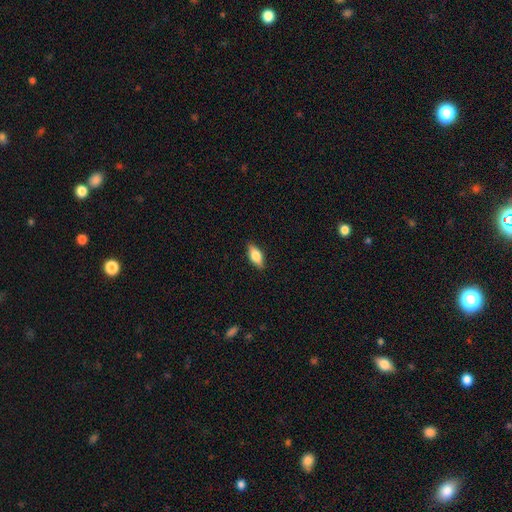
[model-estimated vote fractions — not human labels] Smooth or featured?
  - smooth: 68% *
  - featured or disk: 25%
  - star or artifact: 7%
How rounded?
  - in between: 79% *
  - cigar-shaped: 17%
  - round: 4%
Merging?
  - none: 87% *
  - minor disturbance: 10%
  - major disturbance: 2%
  - merger: 1%